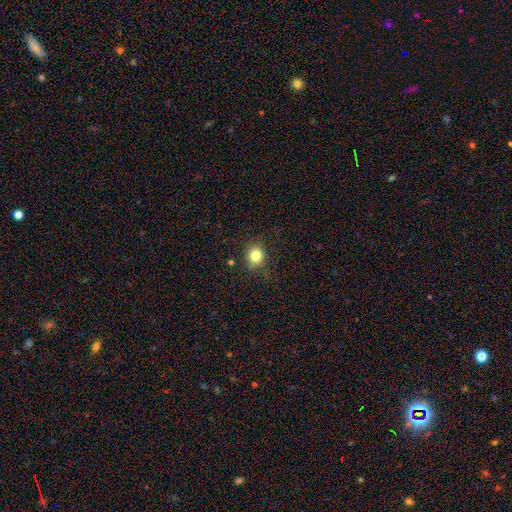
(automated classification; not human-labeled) smooth 81%, star or artifact 12%, featured or disk 7%. Down the decision tree: how rounded — round (79%); merging — none (83%).